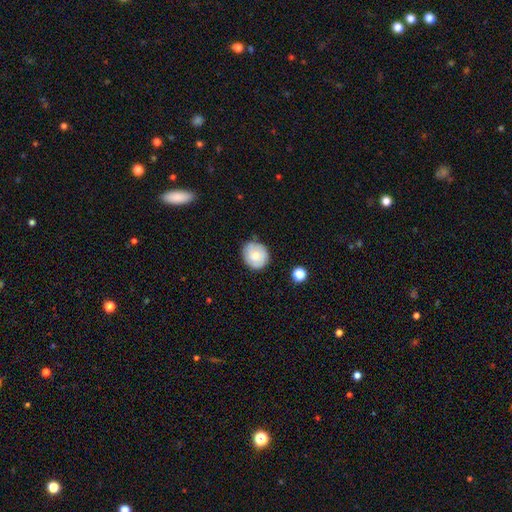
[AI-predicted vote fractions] A smooth galaxy with no disk features (70%) that is round (79%).

Vote fractions:
- Smooth or featured? smooth: 70% / featured or disk: 23% / star or artifact: 8%
- How rounded? round: 79% / in between: 20% / cigar-shaped: 1%
- Merging? none: 78% / minor disturbance: 17% / major disturbance: 3% / merger: 2%